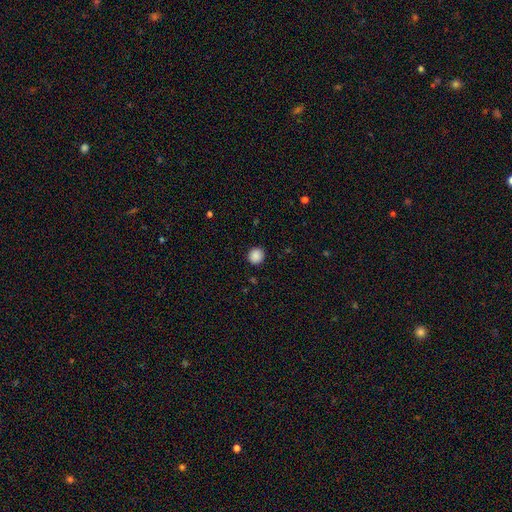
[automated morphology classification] Q: Smooth or featured?
A: smooth (88%); runner-up: star or artifact (9%)
Q: How rounded?
A: round (89%); runner-up: in between (10%)
Q: Merging?
A: none (90%); runner-up: minor disturbance (6%)